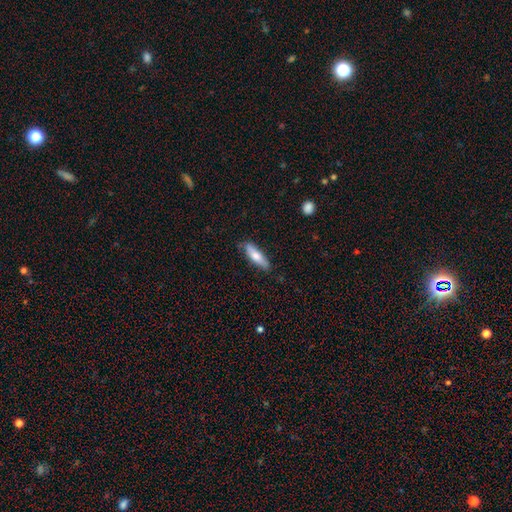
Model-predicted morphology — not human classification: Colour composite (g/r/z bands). It shows a smooth galaxy with no disk features (69%) that is cigar-shaped (61%). Merging: none (81%).